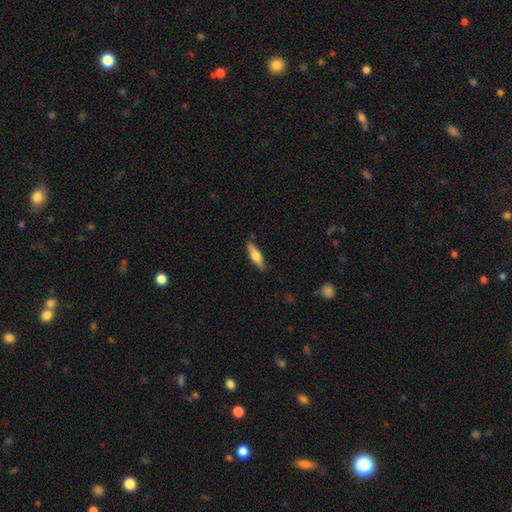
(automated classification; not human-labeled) This appears to be a smooth galaxy with no disk features (57%) that is cigar-shaped (69%). Merging: none (86%).